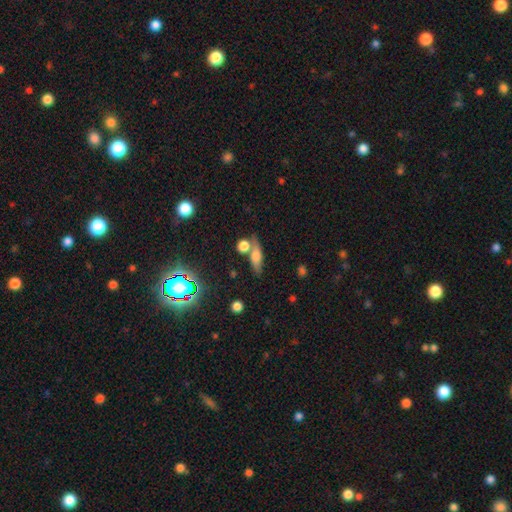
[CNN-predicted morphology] Smooth or featured?
  - smooth: 60% *
  - featured or disk: 27%
  - star or artifact: 13%
How rounded?
  - in between: 46% *
  - cigar-shaped: 41%
  - round: 13%
Merging?
  - none: 58% *
  - merger: 24%
  - minor disturbance: 13%
  - major disturbance: 5%